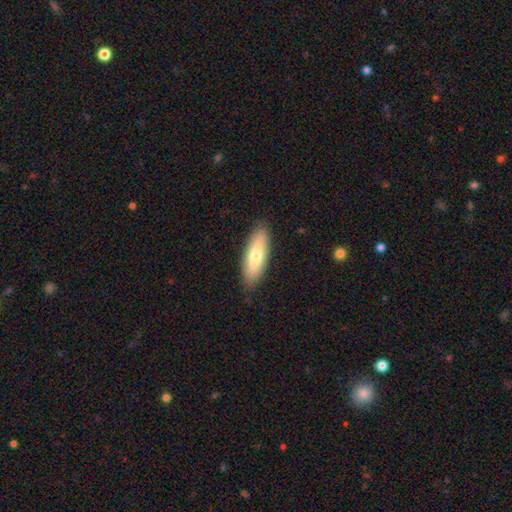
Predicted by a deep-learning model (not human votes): smooth-or-featured: smooth: 70% | featured or disk: 25% | star or artifact: 6%
  how-rounded: in between: 54% | cigar-shaped: 44% | round: 2%
  merging: none: 88% | minor disturbance: 9% | major disturbance: 2% | merger: 1%